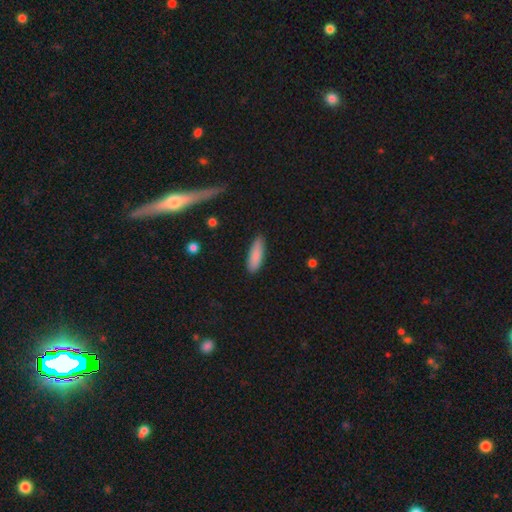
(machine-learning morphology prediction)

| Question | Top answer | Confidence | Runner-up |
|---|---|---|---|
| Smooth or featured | smooth | 87% | featured or disk (7%) |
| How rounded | cigar-shaped | 49% | tied: in between (49%) |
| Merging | none | 86% | minor disturbance (11%) |